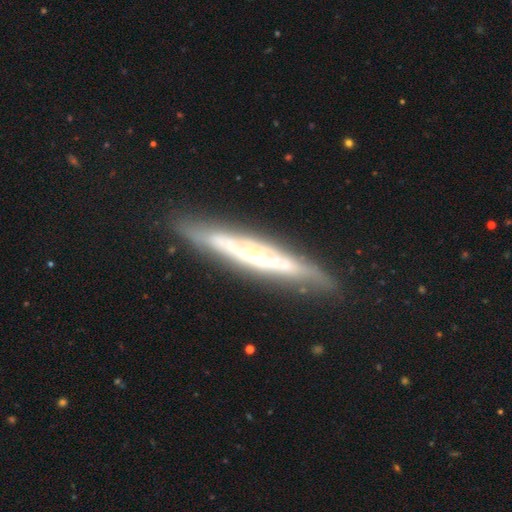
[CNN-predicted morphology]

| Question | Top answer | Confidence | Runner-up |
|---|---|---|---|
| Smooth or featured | featured or disk | 79% | smooth (15%) |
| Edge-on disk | yes | 72% | no (28%) |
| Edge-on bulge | rounded | 61% | none (32%) |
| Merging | none | 80% | minor disturbance (14%) |